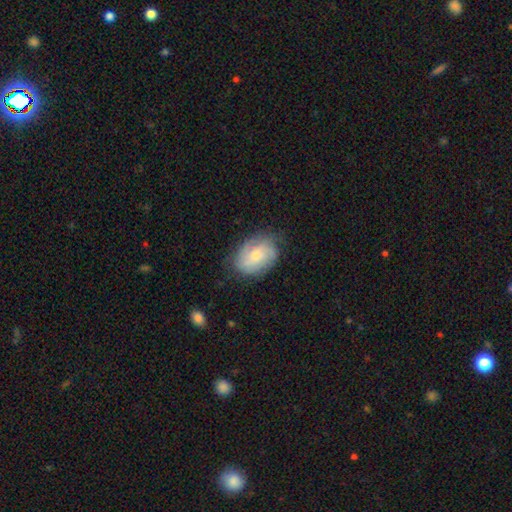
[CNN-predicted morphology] Q: Smooth or featured?
A: featured or disk (49%); runner-up: smooth (44%)
Q: Merging?
A: none (71%); runner-up: minor disturbance (21%)